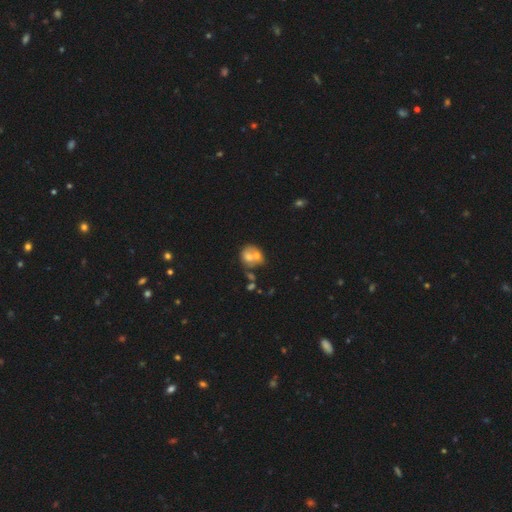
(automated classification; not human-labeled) Smooth or featured? smooth (56%)
How rounded? round (57%)
Merging? merger (59%)